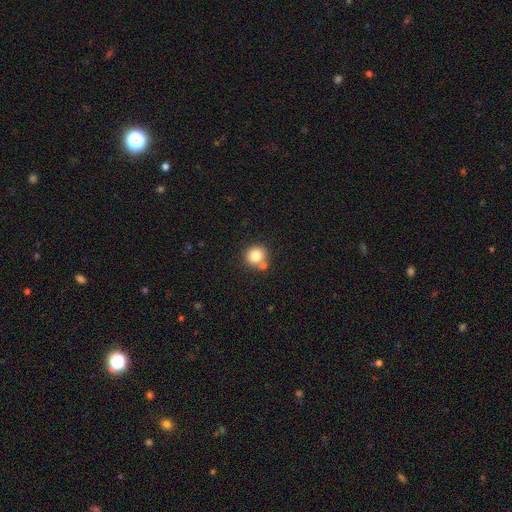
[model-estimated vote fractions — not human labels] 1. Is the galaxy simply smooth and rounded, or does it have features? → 80% smooth, 10% star or artifact, 10% featured or disk.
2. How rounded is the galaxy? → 91% round, 8% in between, 1% cigar-shaped.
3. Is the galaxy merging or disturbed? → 64% none, 23% merger, 10% minor disturbance, 3% major disturbance.